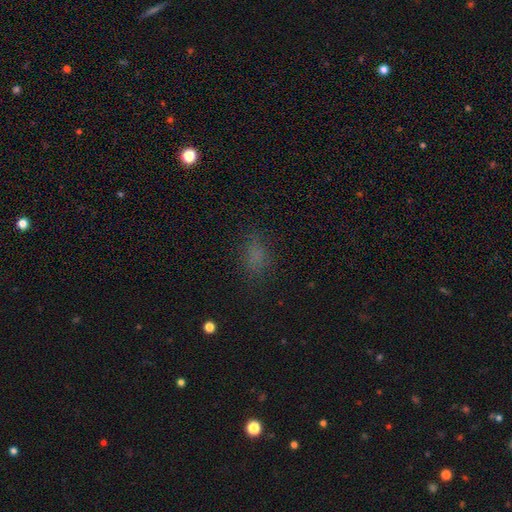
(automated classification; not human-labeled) A smooth galaxy with no disk features (71%) that is in between round and cigar-shaped (75%). Merging: none (76%).